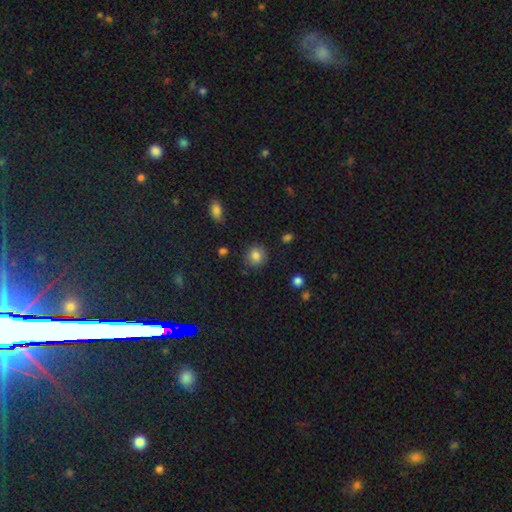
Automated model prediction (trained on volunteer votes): Overall: smooth (83%). How rounded: round (87%). Merging: none (86%).